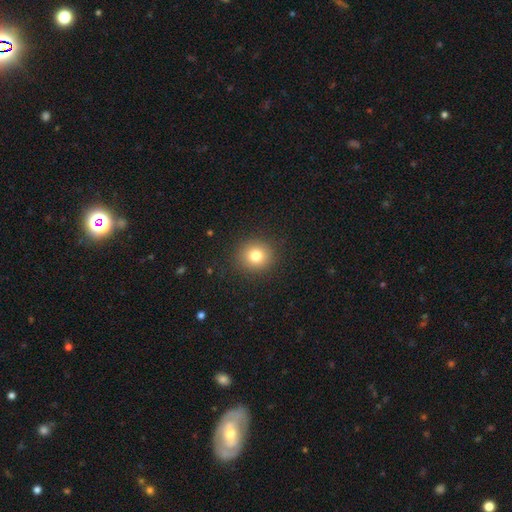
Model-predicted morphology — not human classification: smooth-or-featured: smooth: 78% | star or artifact: 13% | featured or disk: 9%
  how-rounded: round: 89% | in between: 10% | cigar-shaped: 1%
  merging: none: 91% | minor disturbance: 6% | major disturbance: 3% | merger: 1%